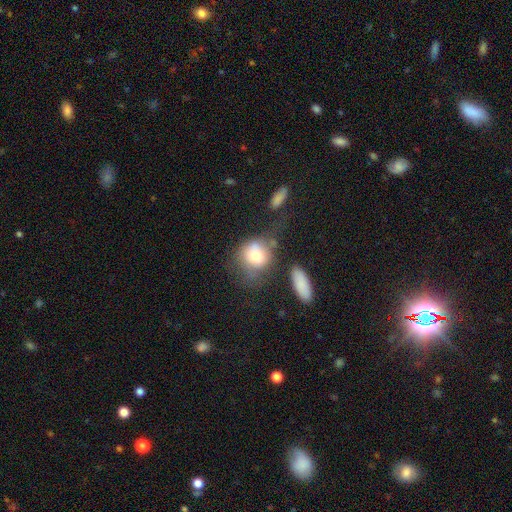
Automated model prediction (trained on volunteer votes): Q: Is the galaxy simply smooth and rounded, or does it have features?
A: smooth — 72%.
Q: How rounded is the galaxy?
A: round — 71%.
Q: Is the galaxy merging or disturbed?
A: none — 41%.